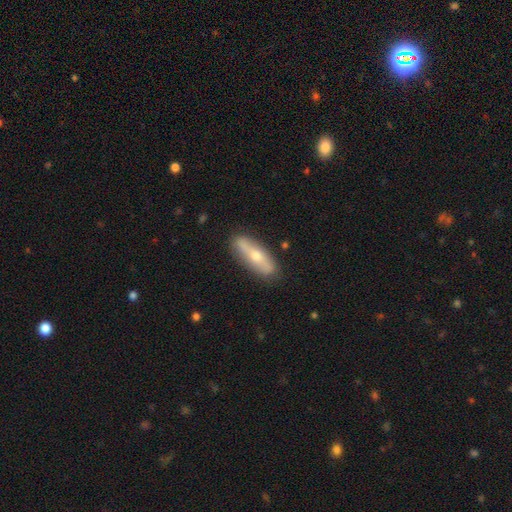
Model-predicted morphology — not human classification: Smooth or featured? featured or disk (52%)
Edge-on disk? yes (50%, tied with no)
Merging? none (85%)